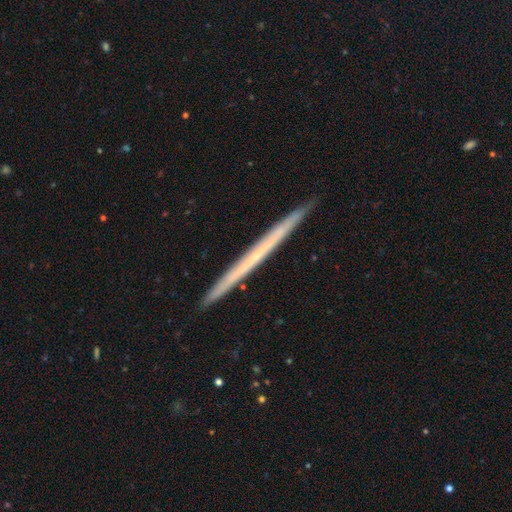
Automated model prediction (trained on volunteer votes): A featured or disk galaxy (62%) viewed edge-on (97%) with no central bulge (88%).

Vote fractions:
- Smooth or featured? featured or disk: 62% / smooth: 31% / star or artifact: 7%
- Edge-on disk? yes: 97% / no: 3%
- Edge-on bulge? none: 88% / rounded: 9% / boxy: 3%
- Merging? none: 91% / minor disturbance: 6% / major disturbance: 1% / merger: 1%